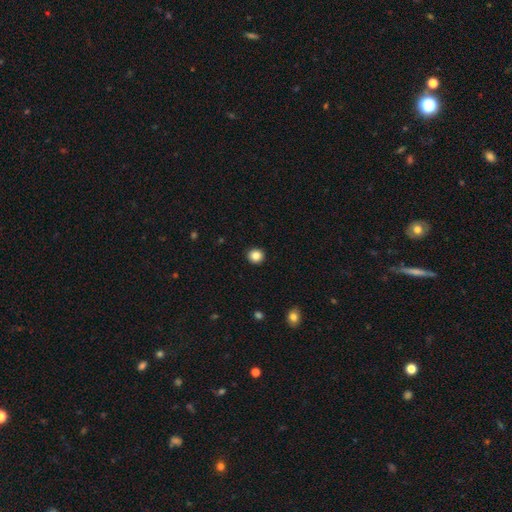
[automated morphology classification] smooth 85%, star or artifact 10%, featured or disk 4%. Down the decision tree: how rounded — round (92%); merging — none (93%).